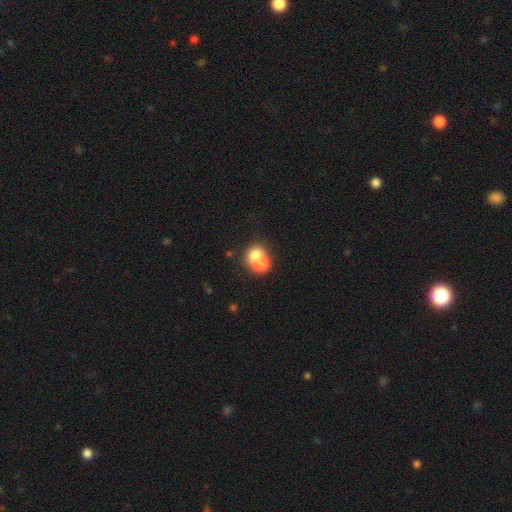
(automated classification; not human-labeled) Smooth or featured: smooth — 70% (featured or disk — 20%)
How rounded: round — 66% (in between — 33%)
Merging: merger — 69% (none — 23%)